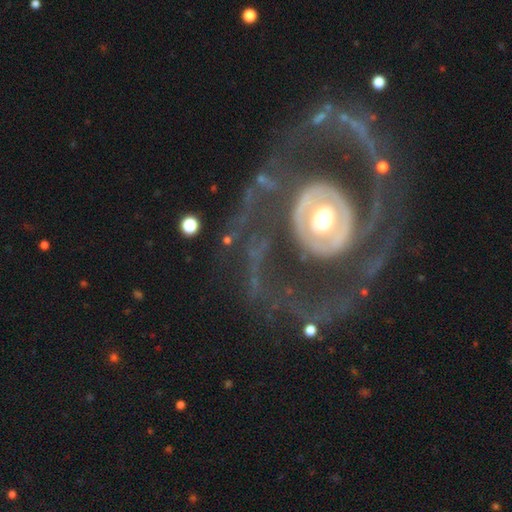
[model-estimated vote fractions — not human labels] The model was most divided on "spiral arms": yes: 62%, no: 38%. More confident: edge-on disk — no (95%); smooth or featured — featured or disk (81%); bar — no (66%); merging — none (59%); bulge size — moderate (58%).